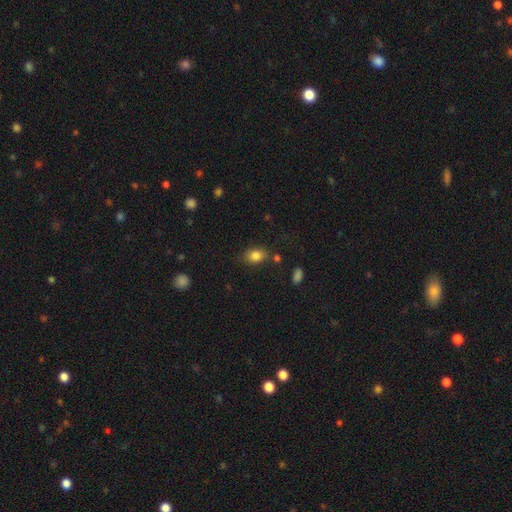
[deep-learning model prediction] smooth_or_featured: smooth (p=0.83) [alt: star or artifact p=0.10]
how_rounded: in between (p=0.74) [alt: round p=0.25]
merging: none (p=0.74) [alt: minor disturbance p=0.17]